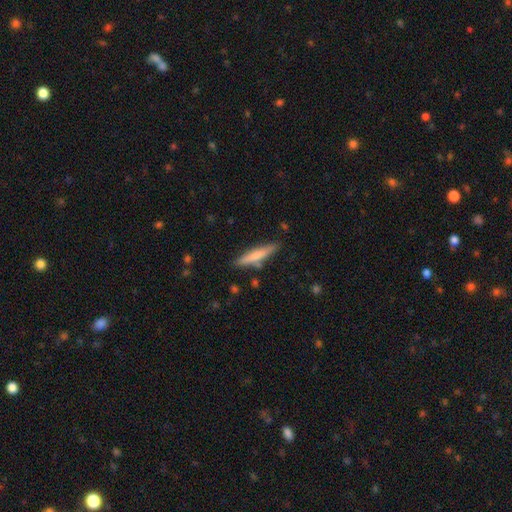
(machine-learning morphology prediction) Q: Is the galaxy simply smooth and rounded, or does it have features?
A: smooth — 62%.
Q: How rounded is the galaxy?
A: cigar-shaped — 90%.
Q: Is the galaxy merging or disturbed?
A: none — 83%.